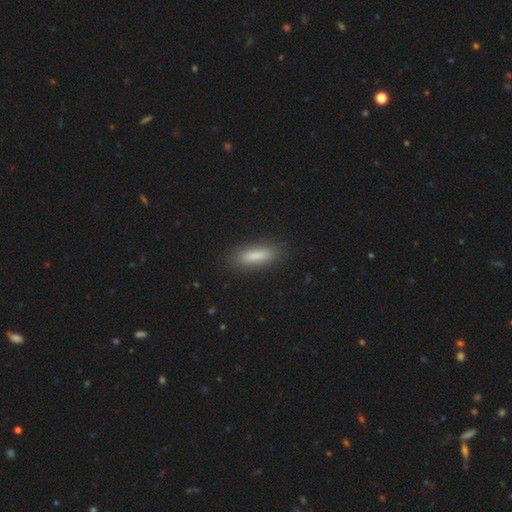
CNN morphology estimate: This appears to be a smooth galaxy with no disk features (82%) that is cigar-shaped (53%). Merging: none (87%).